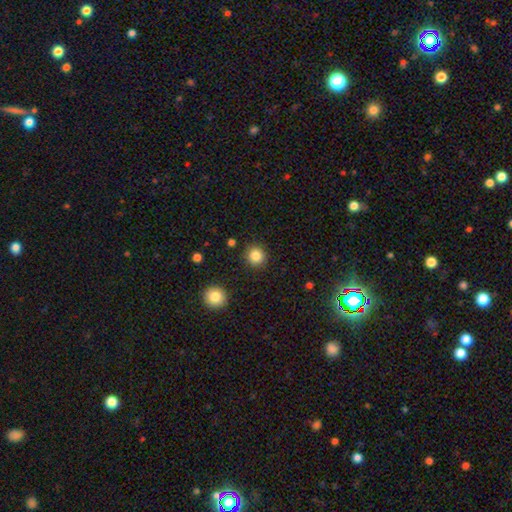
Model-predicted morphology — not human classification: Smooth or featured: smooth — 84% (star or artifact — 11%)
How rounded: round — 92% (in between — 7%)
Merging: none — 90% (minor disturbance — 6%)